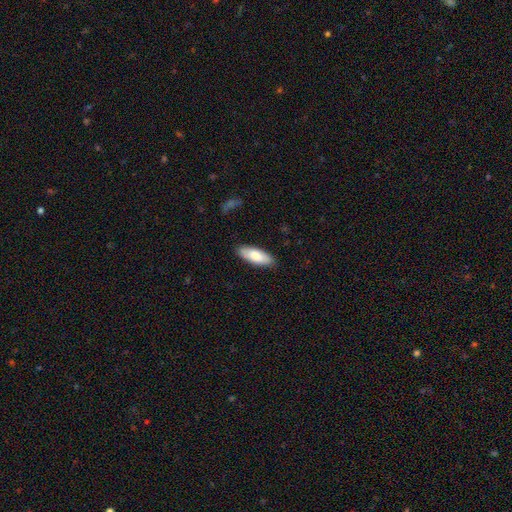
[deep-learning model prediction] This appears to be a smooth galaxy with no disk features (80%) that is in between round and cigar-shaped (71%). Merging: none (86%).